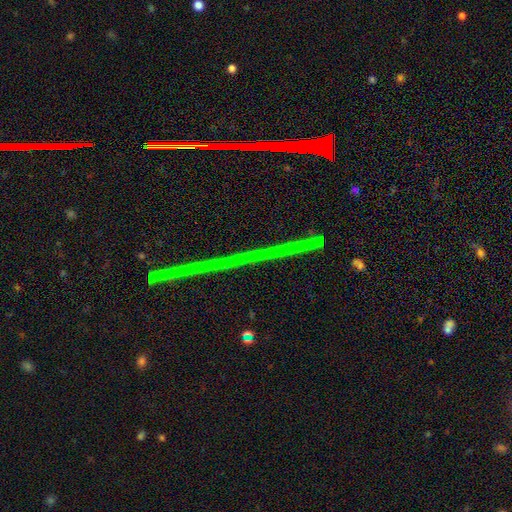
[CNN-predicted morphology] type=star or artifact (85%).